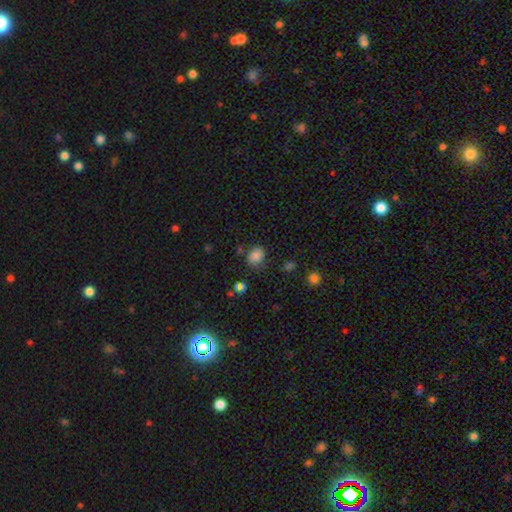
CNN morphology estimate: smooth-or-featured: smooth: 81% | star or artifact: 13% | featured or disk: 6%
  how-rounded: in between: 50% | round: 49% | cigar-shaped: 1%
  merging: none: 72% | minor disturbance: 18% | merger: 5% | major disturbance: 5%